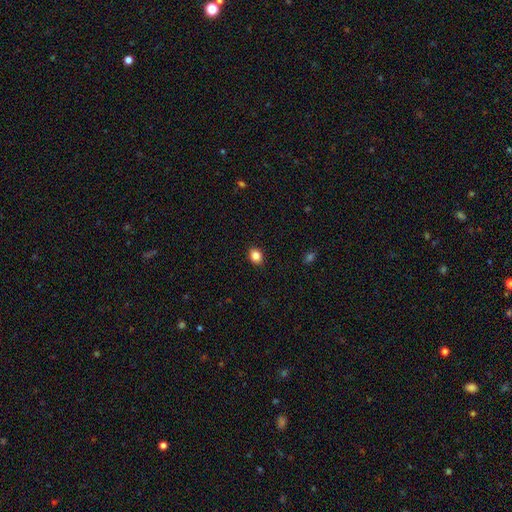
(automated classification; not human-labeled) Smooth or featured?
  - smooth: 85% *
  - star or artifact: 10%
  - featured or disk: 5%
How rounded?
  - in between: 56% *
  - round: 43%
  - cigar-shaped: 1%
Merging?
  - none: 90% *
  - minor disturbance: 7%
  - major disturbance: 2%
  - merger: 1%